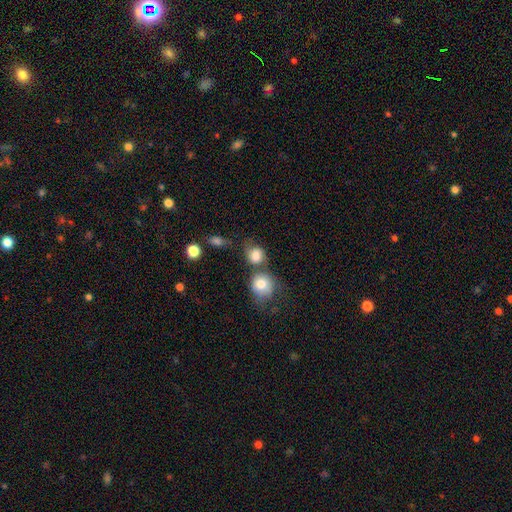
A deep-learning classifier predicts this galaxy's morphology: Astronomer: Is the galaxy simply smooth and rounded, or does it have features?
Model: smooth — 80%.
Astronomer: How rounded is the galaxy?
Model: round — 62%.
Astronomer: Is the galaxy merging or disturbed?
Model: none — 38% (runner-up: merger, 35%).